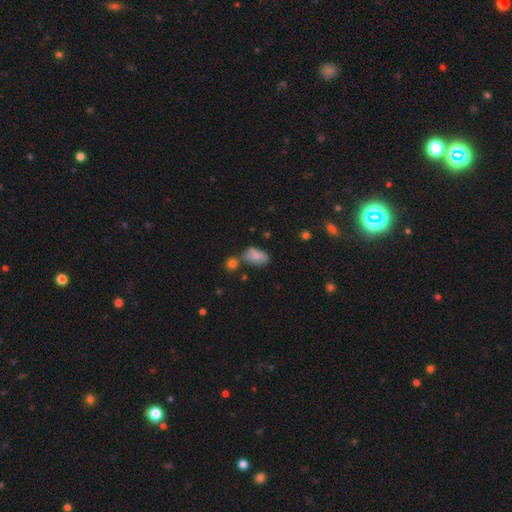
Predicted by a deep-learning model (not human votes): Smooth or featured?
  - smooth: 78% *
  - featured or disk: 13%
  - star or artifact: 9%
How rounded?
  - in between: 88% *
  - round: 9%
  - cigar-shaped: 3%
Merging?
  - none: 51% *
  - minor disturbance: 24%
  - merger: 17%
  - major disturbance: 8%